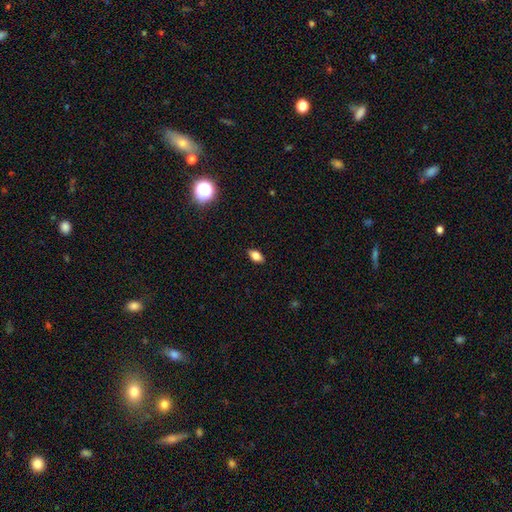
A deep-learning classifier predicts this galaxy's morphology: Q: Smooth or featured?
A: smooth (81%); runner-up: star or artifact (10%)
Q: How rounded?
A: in between (88%); runner-up: round (7%)
Q: Merging?
A: none (88%); runner-up: minor disturbance (9%)